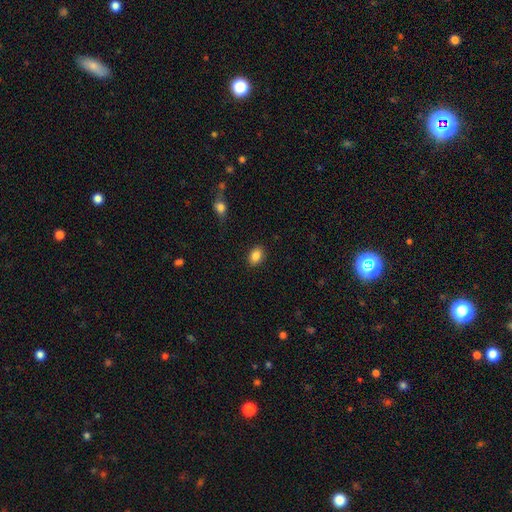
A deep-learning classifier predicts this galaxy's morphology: smooth 87%, star or artifact 8%, featured or disk 5%. Down the decision tree: how rounded — in between (77%); merging — none (88%).